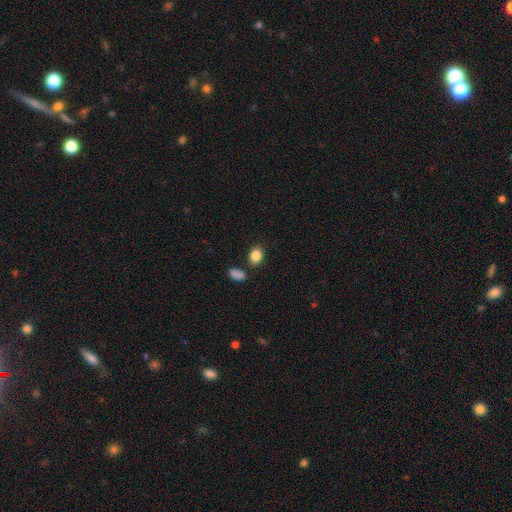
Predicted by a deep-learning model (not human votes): The model was most divided on "how rounded": in between: 73%, round: 26%, cigar-shaped: 1%. More confident: smooth or featured — smooth (86%); merging — none (76%).